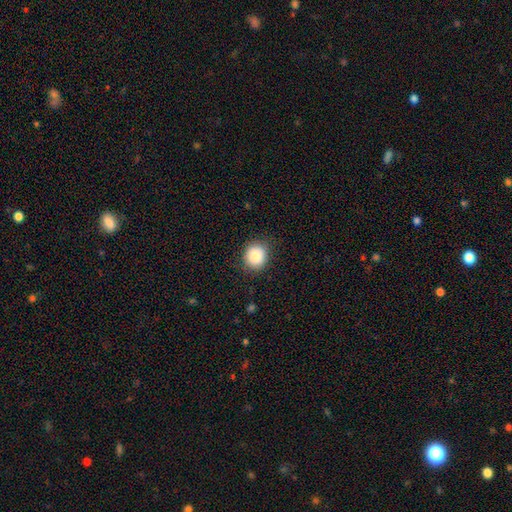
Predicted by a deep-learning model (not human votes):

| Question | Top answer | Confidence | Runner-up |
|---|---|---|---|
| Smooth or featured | smooth | 86% | star or artifact (8%) |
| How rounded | round | 83% | in between (16%) |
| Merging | none | 85% | minor disturbance (11%) |